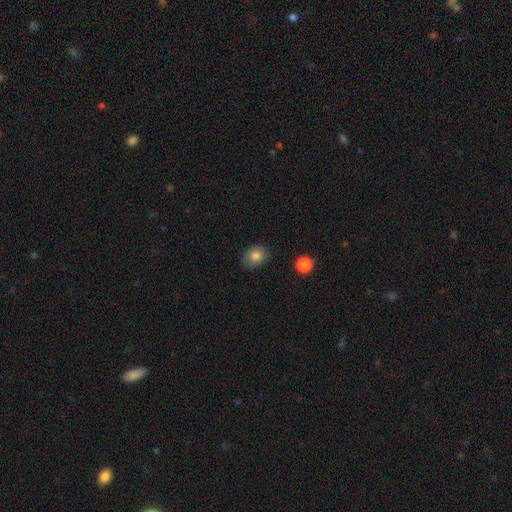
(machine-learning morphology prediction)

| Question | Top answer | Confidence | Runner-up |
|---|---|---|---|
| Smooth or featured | smooth | 82% | star or artifact (10%) |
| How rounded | in between | 56% | round (43%) |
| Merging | none | 81% | minor disturbance (14%) |